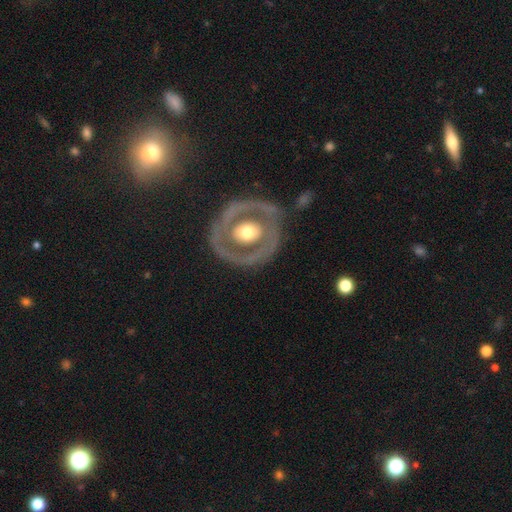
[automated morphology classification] smooth_or_featured: featured or disk (p=0.73) [alt: smooth p=0.22]
disk_edge_on: no (p=0.93) [alt: yes p=0.07]
bar: no (p=0.69) [alt: weak p=0.18]
has_spiral_arms: no (p=0.75) [alt: yes p=0.25]
bulge_size: moderate (p=0.68) [alt: large p=0.20]
merging: none (p=0.77) [alt: minor disturbance p=0.13]